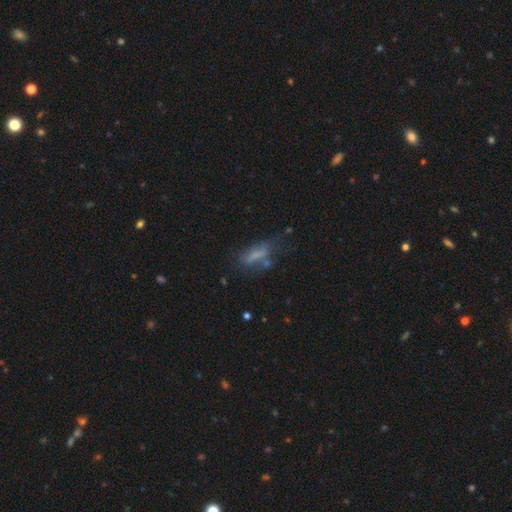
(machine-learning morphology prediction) smooth_or_featured: smooth (p=0.52) [alt: featured or disk p=0.30]
how_rounded: in between (p=0.50) [alt: cigar-shaped p=0.46]
merging: none (p=0.47) [alt: minor disturbance p=0.25]